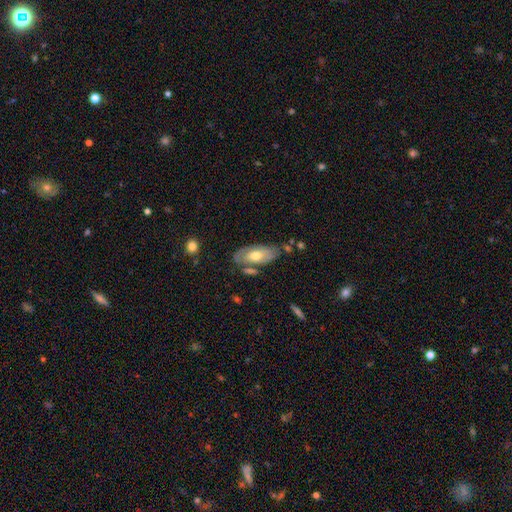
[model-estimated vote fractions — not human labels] smooth_or_featured: featured or disk (p=0.47) [tied with: smooth p=0.47]
merging: none (p=0.62) [alt: minor disturbance p=0.21]